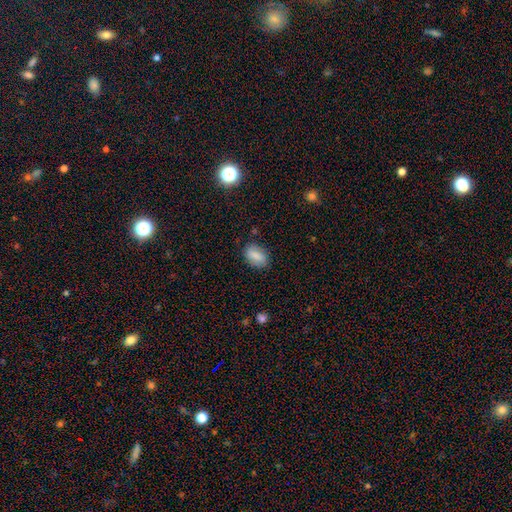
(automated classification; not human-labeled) This is clearly a smooth galaxy (83%). How rounded: clearly in between (87%). Merging: clearly none (81%).